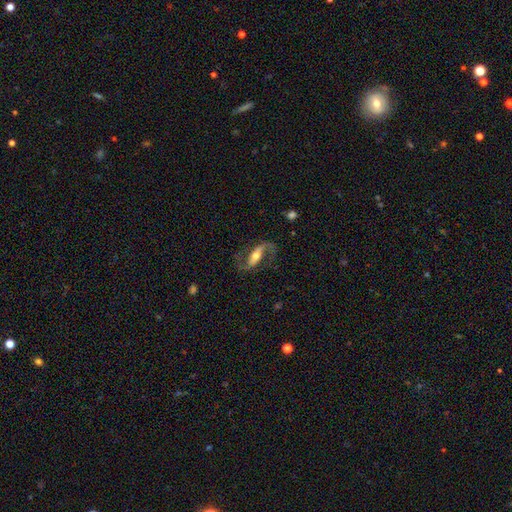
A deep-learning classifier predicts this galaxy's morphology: A featured or disk galaxy (85%) with a strong bar (50%), 2 (91%) loose (53%) spiral arms (95%) and a moderate central bulge (63%).

Vote fractions:
- Smooth or featured? featured or disk: 85% / smooth: 10% / star or artifact: 5%
- Edge-on disk? no: 90% / yes: 10%
- Bar? strong: 50% / weak: 28% / no: 22%
- Spiral arms? yes: 95% / no: 5%
- Spiral winding? loose: 53% / medium: 37% / tight: 9%
- Spiral arm count? 2: 91% / 1: 4% / can't tell: 2% / 3: 1% / 4: 1% / more than 4: 1%
- Bulge size? moderate: 63% / small: 24% / large: 9% / none: 2% / dominant: 1%
- Merging? none: 74% / minor disturbance: 14% / major disturbance: 11% / merger: 2%